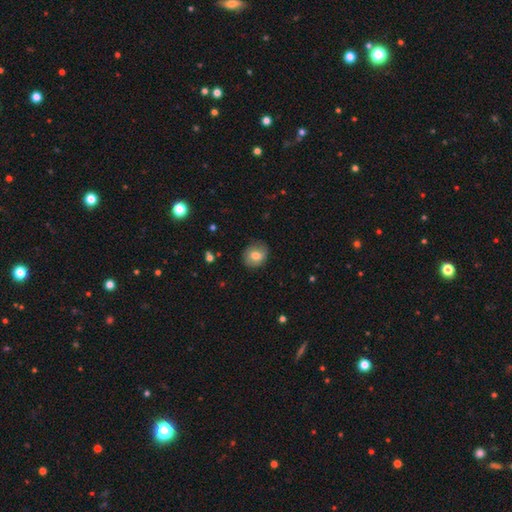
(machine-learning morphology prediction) This is likely a smooth galaxy (75%). How rounded: likely round (70%). Merging: clearly none (84%).